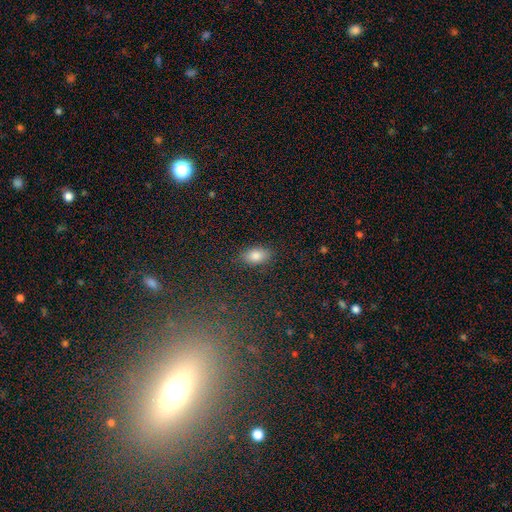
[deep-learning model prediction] A smooth galaxy with no disk features (83%) that is in between round and cigar-shaped (90%). Merging: none (86%).